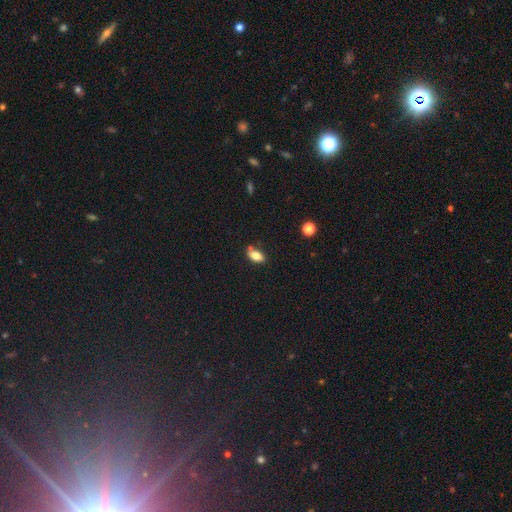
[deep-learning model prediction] This is likely a smooth galaxy (79%). How rounded: clearly in between (90%). Merging: likely none (66%).